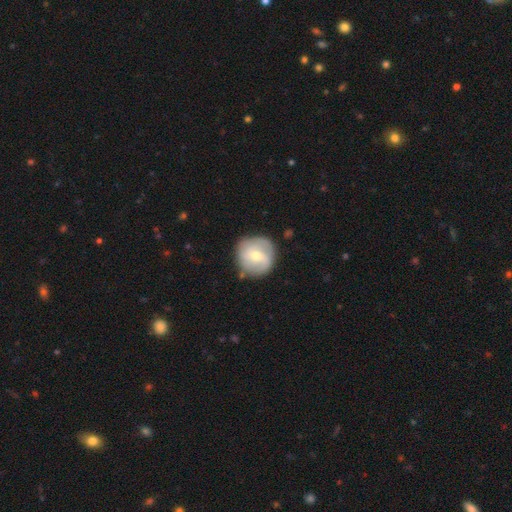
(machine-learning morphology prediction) The model was most divided on "bar": weak: 44%, no: 41%, strong: 14%. More confident: edge-on disk — no (97%); merging — none (79%); spiral arms — yes (69%); bulge size — moderate (59%); smooth or featured — featured or disk (54%).